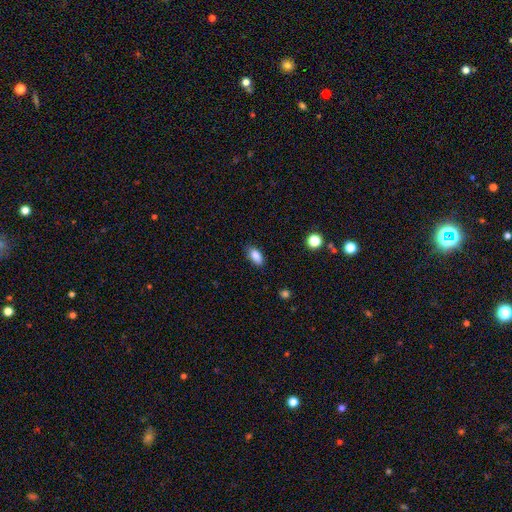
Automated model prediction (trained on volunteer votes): Morphology: type=smooth (86%); roundness=in between (90%); merging=none (83%).